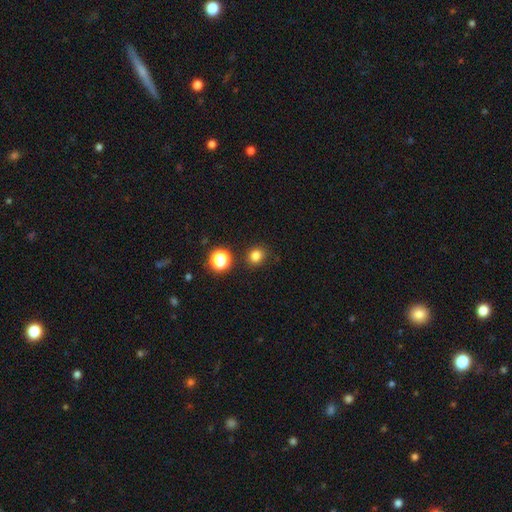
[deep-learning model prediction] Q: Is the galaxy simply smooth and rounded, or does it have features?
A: smooth — 80%.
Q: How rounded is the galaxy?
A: round — 74%.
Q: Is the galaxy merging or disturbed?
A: none — 85%.